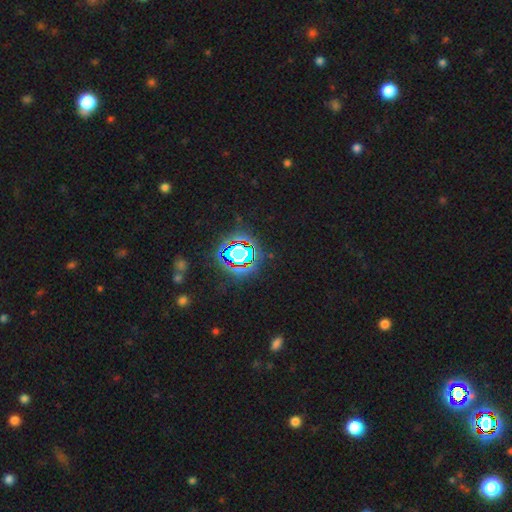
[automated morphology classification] This is clearly a star or artifact rather than a galaxy (81%).